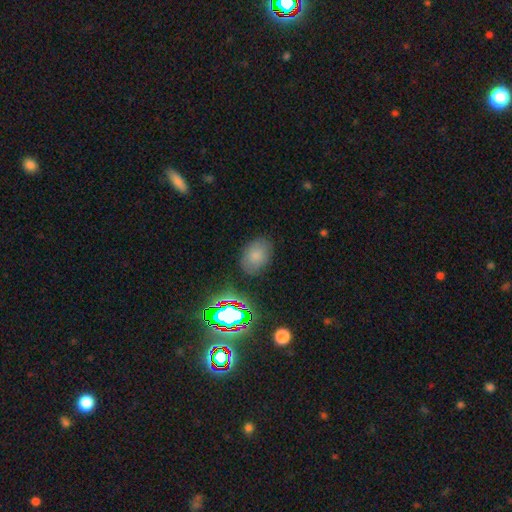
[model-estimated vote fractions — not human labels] Smooth or featured: smooth — 72% (star or artifact — 18%)
How rounded: in between — 77% (round — 22%)
Merging: none — 81% (minor disturbance — 13%)